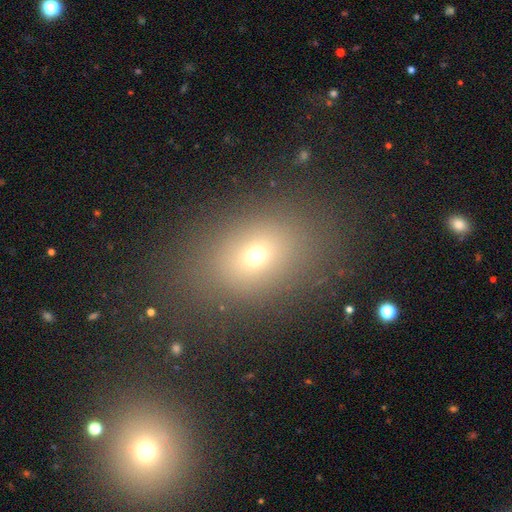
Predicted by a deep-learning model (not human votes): smooth-or-featured: smooth: 66% | star or artifact: 21% | featured or disk: 13%
  how-rounded: in between: 61% | round: 37% | cigar-shaped: 2%
  merging: none: 81% | minor disturbance: 10% | major disturbance: 6% | merger: 4%